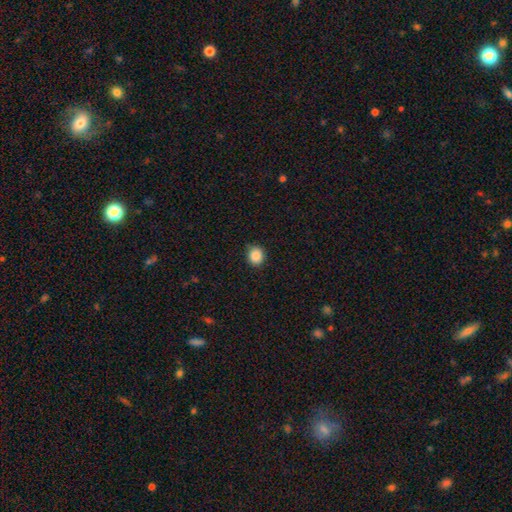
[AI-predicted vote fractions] A smooth galaxy with no disk features (87%) that is round (76%). Merging: none (87%).